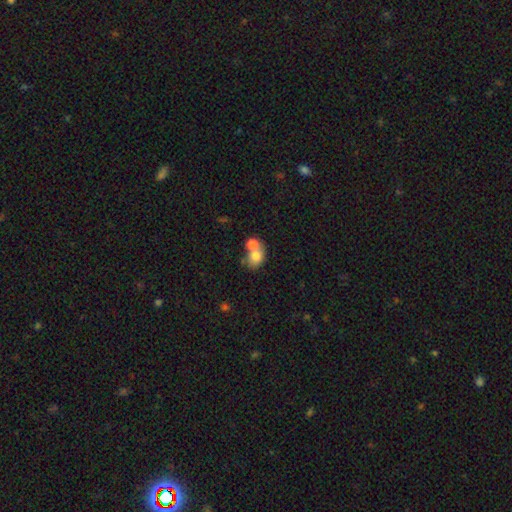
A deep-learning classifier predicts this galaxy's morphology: A smooth galaxy with no disk features (76%) that is round (50%). Merging: merger (59%).